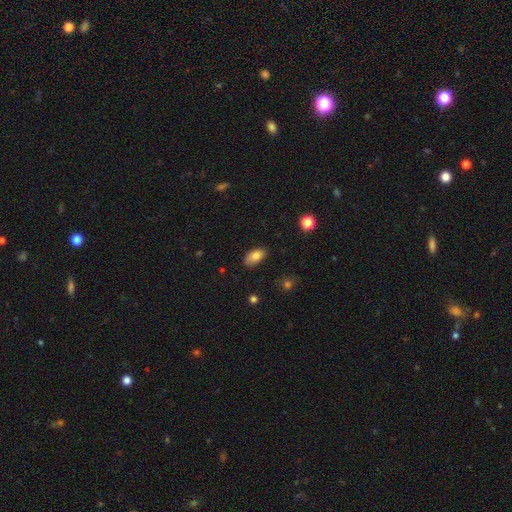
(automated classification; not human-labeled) A smooth galaxy with no disk features (80%) that is in between round and cigar-shaped (91%).

Vote fractions:
- Smooth or featured? smooth: 80% / featured or disk: 11% / star or artifact: 9%
- How rounded? in between: 91% / round: 6% / cigar-shaped: 3%
- Merging? none: 81% / minor disturbance: 15% / major disturbance: 3% / merger: 1%